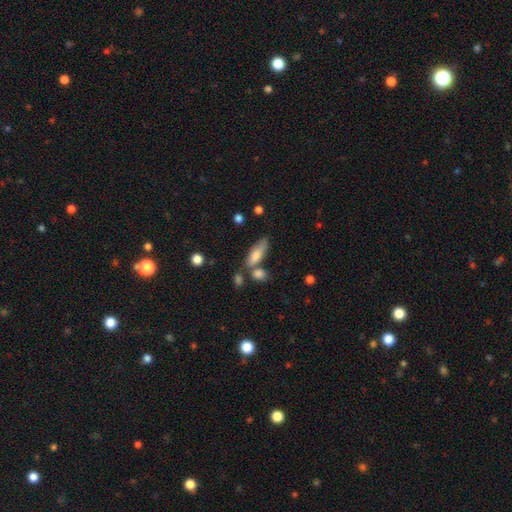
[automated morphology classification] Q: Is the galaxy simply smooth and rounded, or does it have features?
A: smooth — 76%.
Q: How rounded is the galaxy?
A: in between — 60%.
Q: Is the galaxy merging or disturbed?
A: none — 52%.